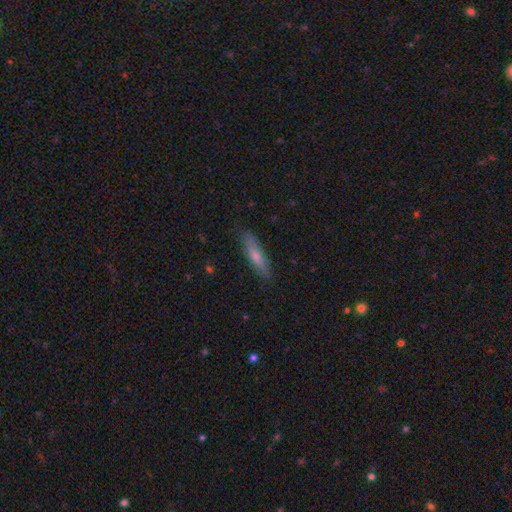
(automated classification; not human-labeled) smooth-or-featured: smooth: 59% | featured or disk: 34% | star or artifact: 7%
  how-rounded: cigar-shaped: 78% | in between: 20% | round: 2%
  merging: none: 84% | minor disturbance: 12% | major disturbance: 2% | merger: 1%